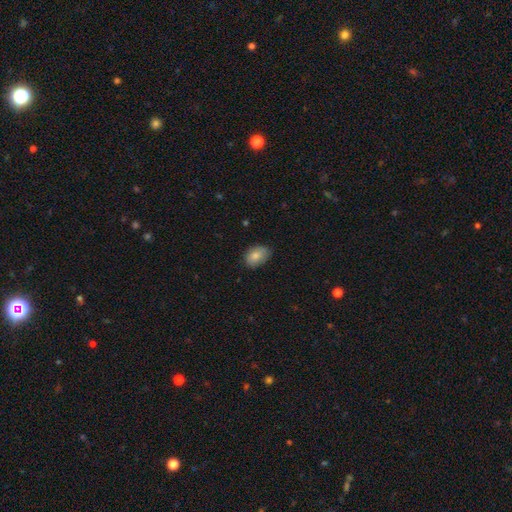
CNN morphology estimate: Overall: smooth (83%). How rounded: in between (80%). Merging: none (75%).